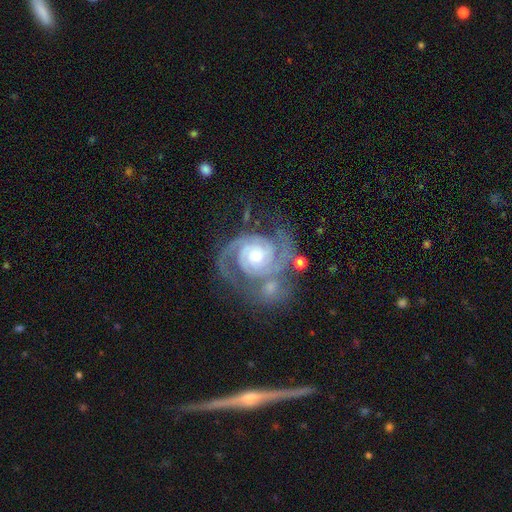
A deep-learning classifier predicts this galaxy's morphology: The model was most divided on "bulge size": moderate: 54%, small: 40%, large: 4%, none: 1%, dominant: 1%. More confident: spiral arms — yes (99%); edge-on disk — no (98%); smooth or featured — featured or disk (92%); spiral arm count — 2 (73%); bar — no (67%); spiral winding — tight (64%); merging — none (57%).